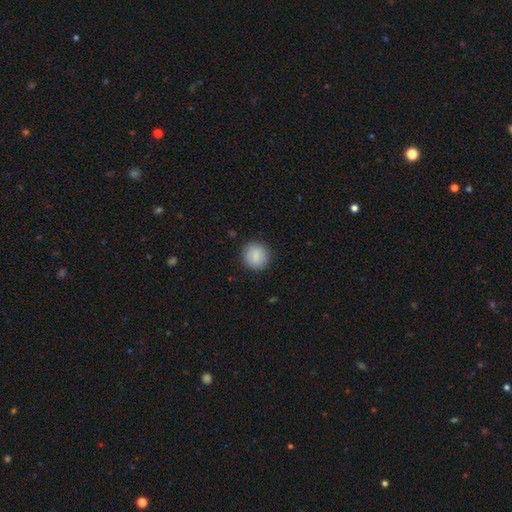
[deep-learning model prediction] This is clearly a smooth galaxy (86%). How rounded: clearly round (91%). Merging: clearly none (90%).